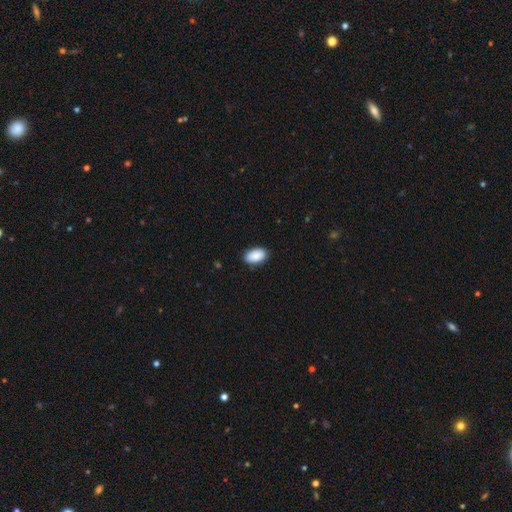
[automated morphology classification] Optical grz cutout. It shows a smooth galaxy with no disk features (89%) that is in between round and cigar-shaped (94%). Merging: none (86%).